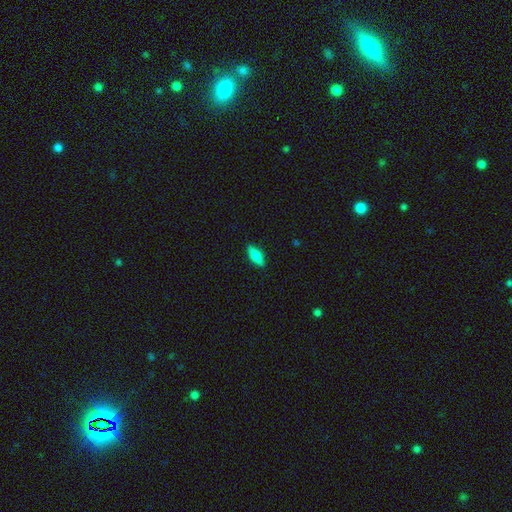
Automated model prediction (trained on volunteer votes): Smooth or featured? smooth (76%)
How rounded? in between (68%)
Merging? none (88%)